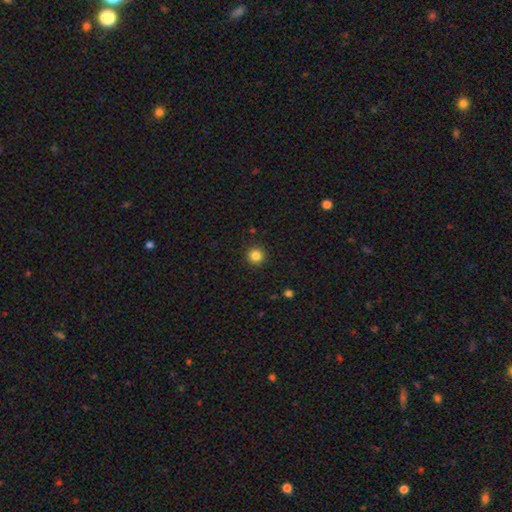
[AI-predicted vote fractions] A smooth galaxy with no disk features (84%) that is round (95%).

Vote fractions:
- Smooth or featured? smooth: 84% / star or artifact: 12% / featured or disk: 4%
- How rounded? round: 95% / in between: 4% / cigar-shaped: 1%
- Merging? none: 92% / minor disturbance: 5% / major disturbance: 2% / merger: 1%